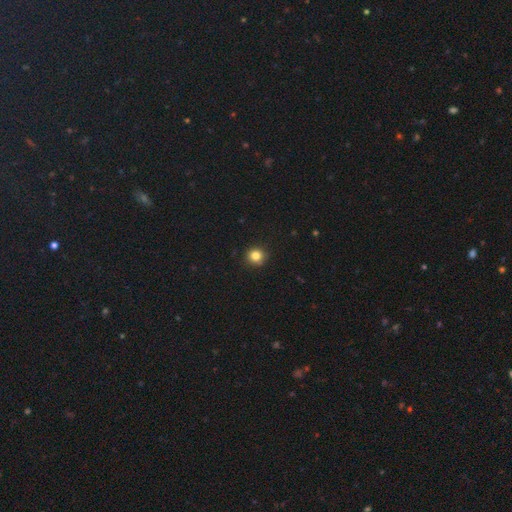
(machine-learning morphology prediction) Smooth or featured? smooth (82%)
How rounded? round (91%)
Merging? none (91%)